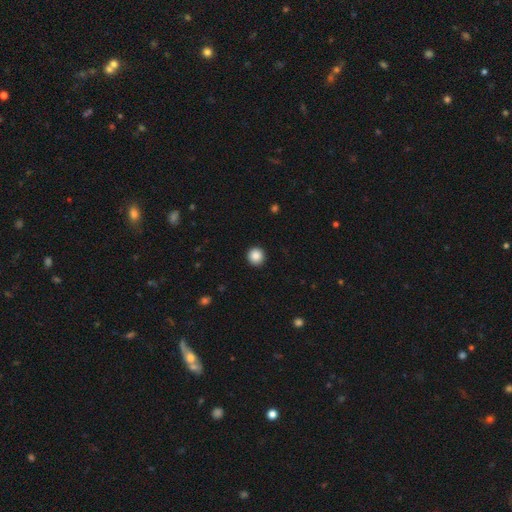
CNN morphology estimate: smooth 88%, star or artifact 9%, featured or disk 3%. Down the decision tree: how rounded — round (94%); merging — none (92%).